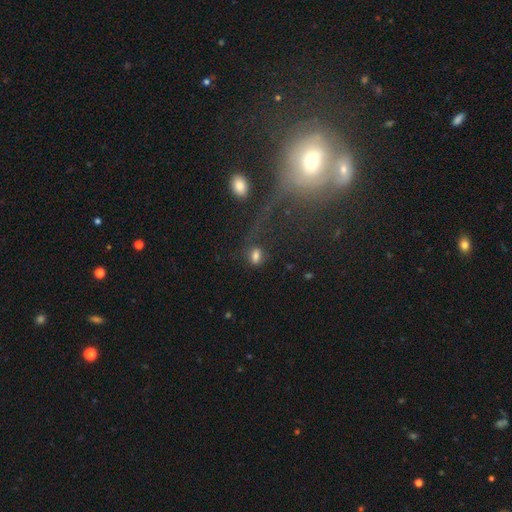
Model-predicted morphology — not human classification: This is likely a smooth galaxy (73%). How rounded: likely in between (77%). Merging: possibly none (57%).